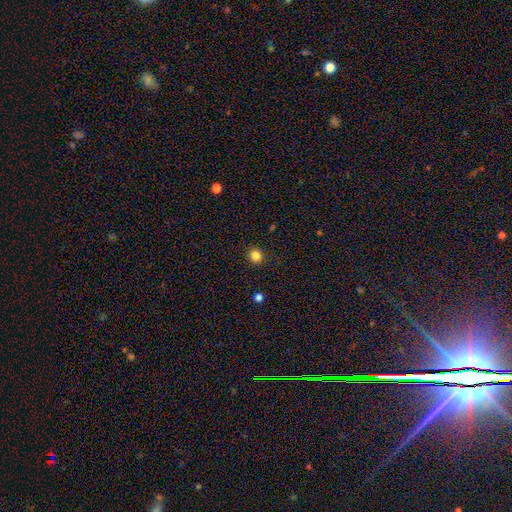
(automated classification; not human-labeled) smooth_or_featured: smooth (p=0.84) [alt: star or artifact p=0.12]
how_rounded: round (p=0.92) [alt: in between p=0.08]
merging: none (p=0.92) [alt: minor disturbance p=0.06]